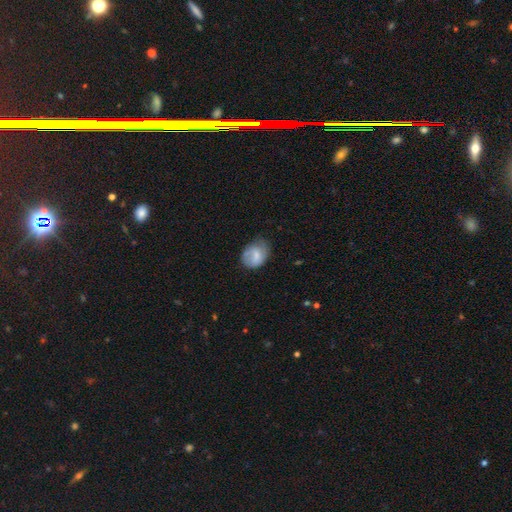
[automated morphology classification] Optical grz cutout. It shows a smooth galaxy with no disk features (64%) that is in between round and cigar-shaped (62%). Merging: none (51%).